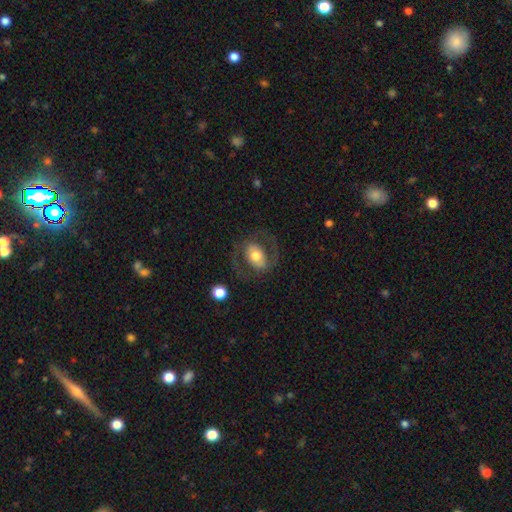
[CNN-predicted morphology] Overall: featured or disk (60%; smooth 33%). Edge-on disk: no (96%). Bar: no (46%; weak 33%). Spiral arms: yes (68%; no 32%). Bulge size: moderate (64%). Merging: none (67%).